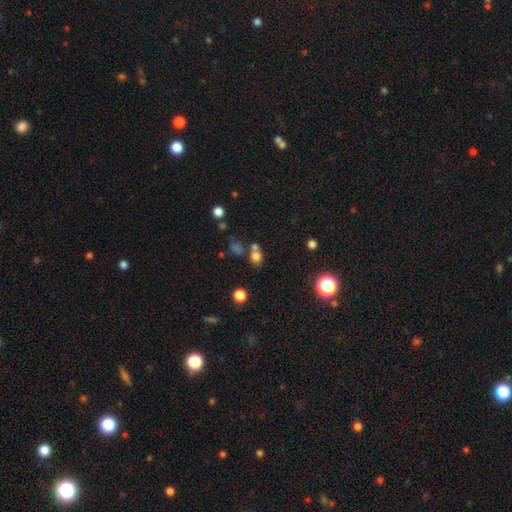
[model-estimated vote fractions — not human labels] smooth_or_featured: smooth (p=0.71) [alt: star or artifact p=0.20]
how_rounded: round (p=0.64) [alt: in between p=0.35]
merging: none (p=0.53) [alt: merger p=0.32]